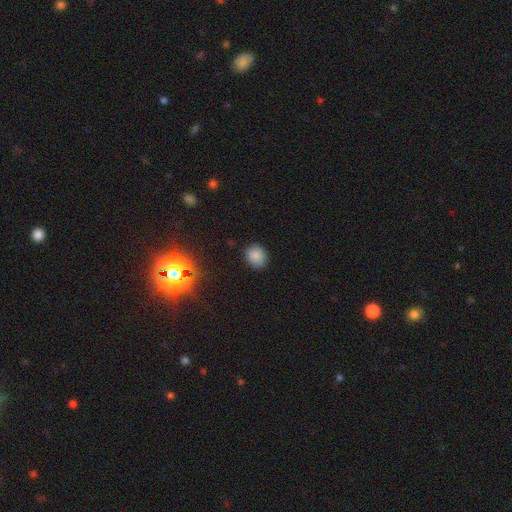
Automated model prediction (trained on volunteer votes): smooth-or-featured: smooth: 82% | star or artifact: 13% | featured or disk: 5%
  how-rounded: round: 64% | in between: 35% | cigar-shaped: 1%
  merging: none: 85% | minor disturbance: 11% | major disturbance: 3% | merger: 1%